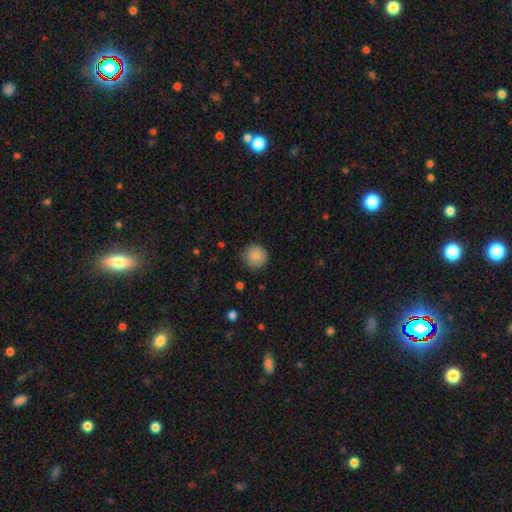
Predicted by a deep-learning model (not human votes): Overall: smooth (86%). How rounded: round (94%). Merging: none (86%).